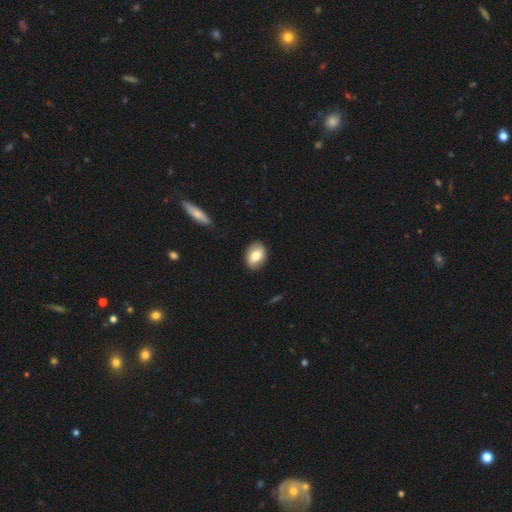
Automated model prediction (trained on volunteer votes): smooth-or-featured: smooth: 73% | featured or disk: 20% | star or artifact: 7%
  how-rounded: in between: 71% | round: 28% | cigar-shaped: 1%
  merging: none: 86% | minor disturbance: 10% | major disturbance: 2% | merger: 1%